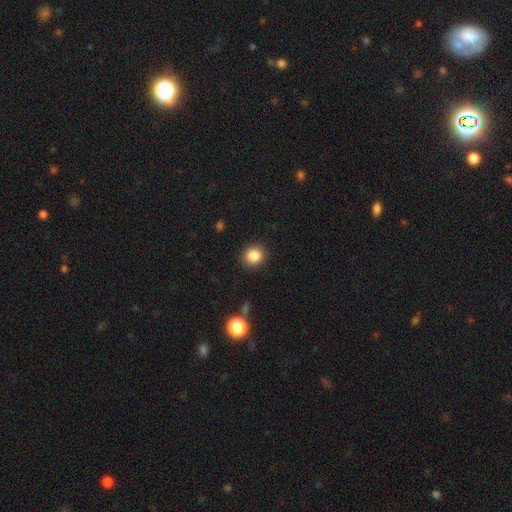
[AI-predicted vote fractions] This appears to be a smooth galaxy with no disk features (85%) that is round (87%). Merging: none (89%).